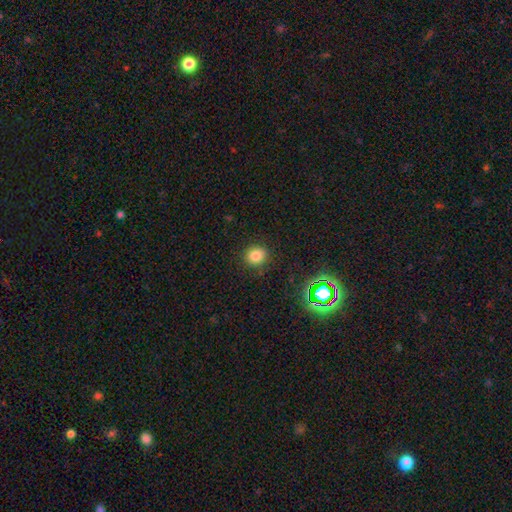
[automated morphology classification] Overall: smooth (79%). How rounded: round (83%). Merging: none (89%).